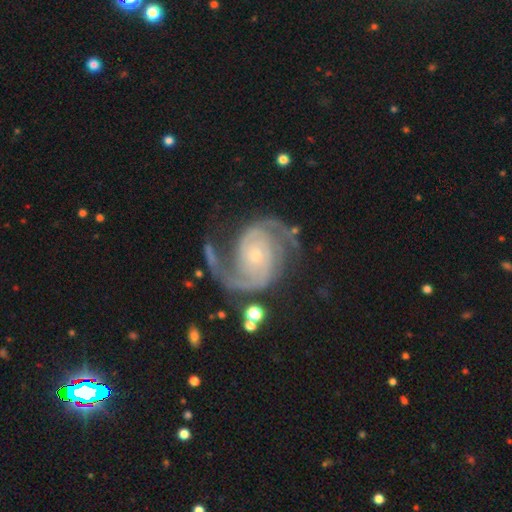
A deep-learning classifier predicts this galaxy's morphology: Q: Smooth or featured?
A: featured or disk (91%); runner-up: star or artifact (5%)
Q: Edge-on disk?
A: no (98%); runner-up: yes (2%)
Q: Bar?
A: no (68%); runner-up: weak (25%)
Q: Spiral arms?
A: yes (98%); runner-up: no (2%)
Q: Spiral winding?
A: medium (49%); runner-up: tight (33%)
Q: Spiral arm count?
A: 2 (84%); runner-up: 3 (5%)
Q: Bulge size?
A: small (68%); runner-up: moderate (26%)
Q: Merging?
A: none (65%); runner-up: minor disturbance (17%)